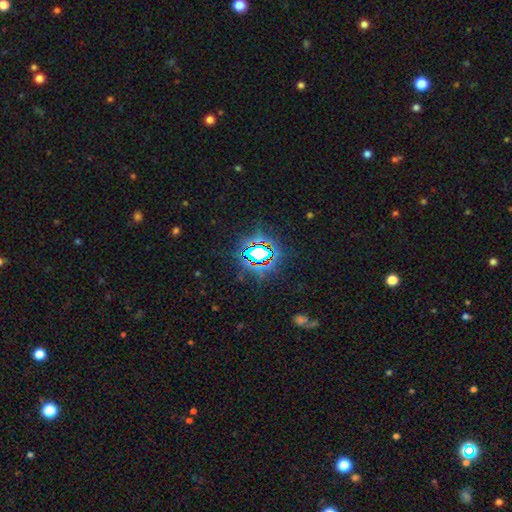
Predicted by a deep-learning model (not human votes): Smooth or featured? Predicted: star or artifact (p=0.79).